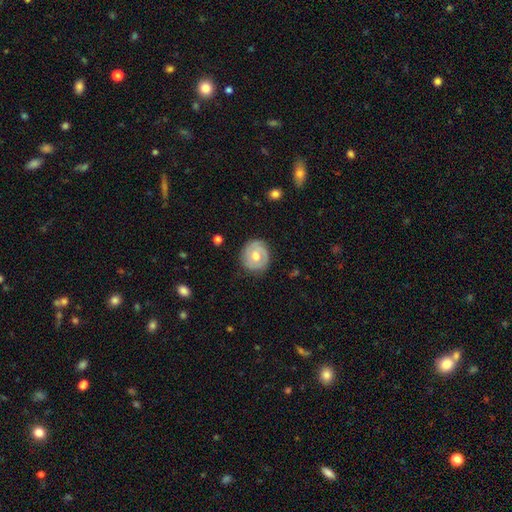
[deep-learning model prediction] Smooth or featured? featured or disk (51%)
Edge-on disk? no (96%)
Merging? none (82%)